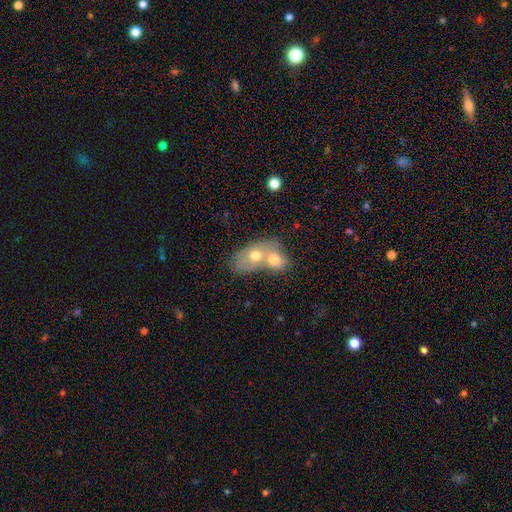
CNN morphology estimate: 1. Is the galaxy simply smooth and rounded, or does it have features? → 57% smooth, 33% featured or disk, 10% star or artifact.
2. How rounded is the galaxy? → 69% in between, 28% round, 3% cigar-shaped.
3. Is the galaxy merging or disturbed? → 75% merger, 16% none, 5% minor disturbance, 3% major disturbance.